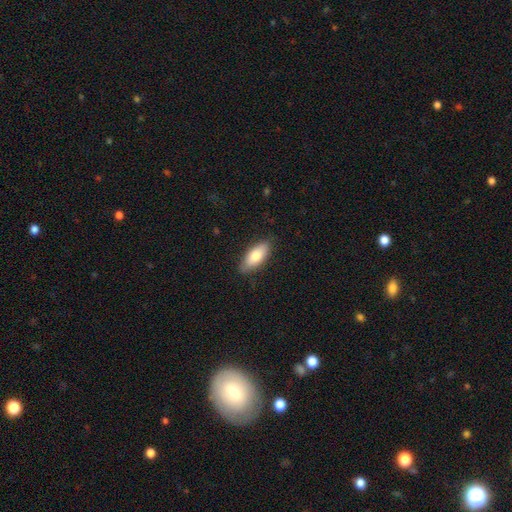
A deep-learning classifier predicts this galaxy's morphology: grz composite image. It shows a smooth galaxy with no disk features (76%) that is in between round and cigar-shaped (82%). Merging: none (85%).